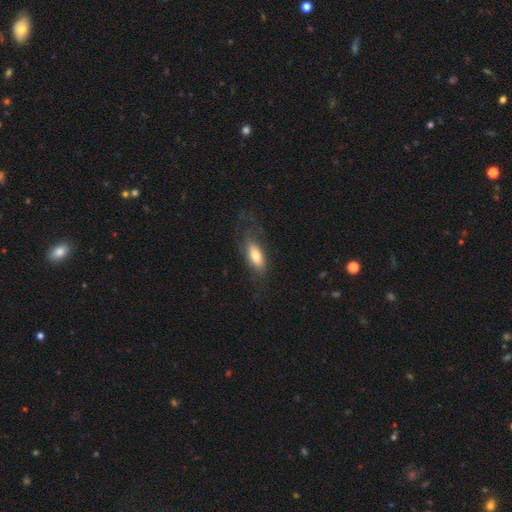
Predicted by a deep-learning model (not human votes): Morphology: type=smooth (67%); roundness=in between (75%); merging=none (60%).